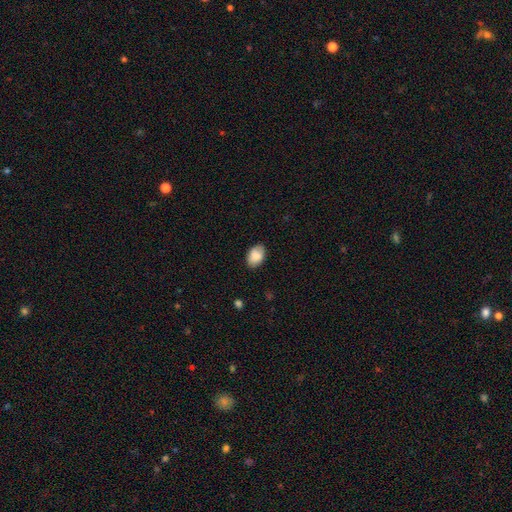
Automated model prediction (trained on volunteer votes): This is clearly a smooth galaxy (84%). How rounded: clearly in between (87%). Merging: clearly none (82%).